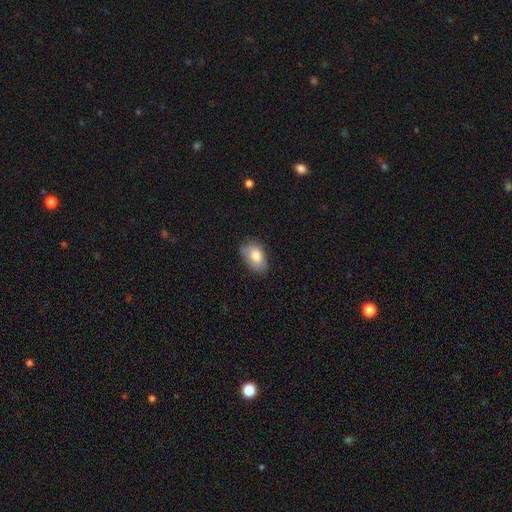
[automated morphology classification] This appears to be a smooth galaxy with no disk features (79%) that is in between round and cigar-shaped (90%). Merging: none (70%).